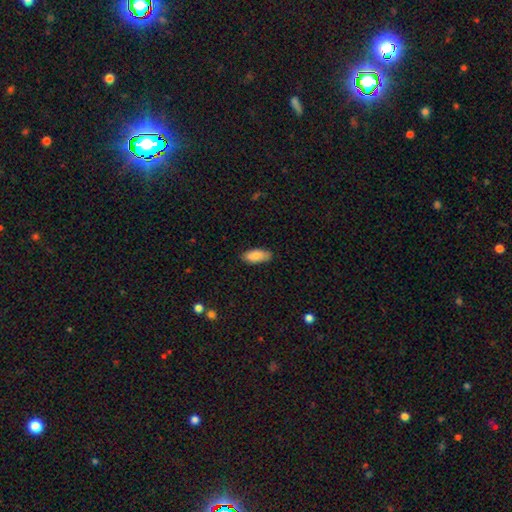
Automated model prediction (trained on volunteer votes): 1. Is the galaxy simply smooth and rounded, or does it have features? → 86% smooth, 8% featured or disk, 6% star or artifact.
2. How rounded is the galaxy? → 86% in between, 12% cigar-shaped, 2% round.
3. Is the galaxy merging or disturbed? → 84% none, 13% minor disturbance, 2% major disturbance, 1% merger.